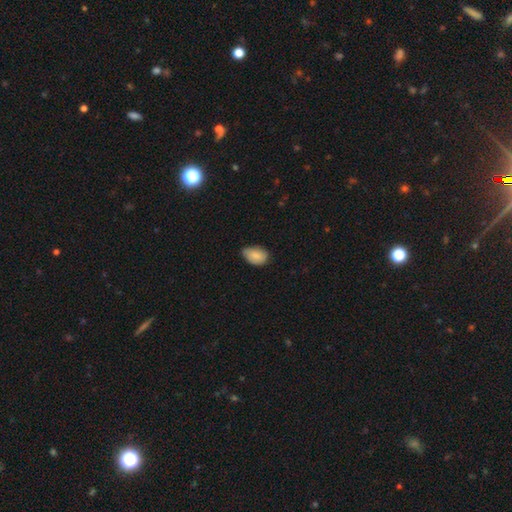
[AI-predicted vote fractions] Smooth or featured: smooth — 84% (featured or disk — 9%)
How rounded: in between — 86% (round — 12%)
Merging: none — 56% (minor disturbance — 38%)